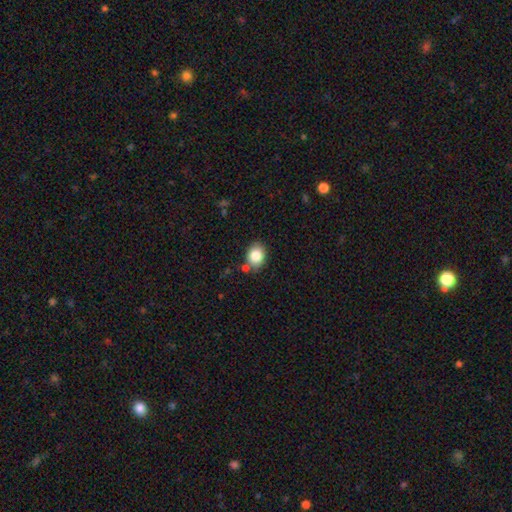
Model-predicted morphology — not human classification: Overall: smooth (83%). How rounded: in between (51%; round 48%). Merging: none (75%).